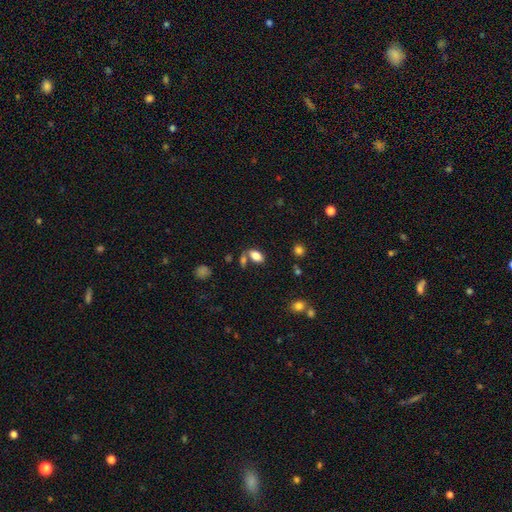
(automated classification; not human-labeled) This appears to be a smooth galaxy with no disk features (82%) that is in between round and cigar-shaped (91%). Merging: none (62%).